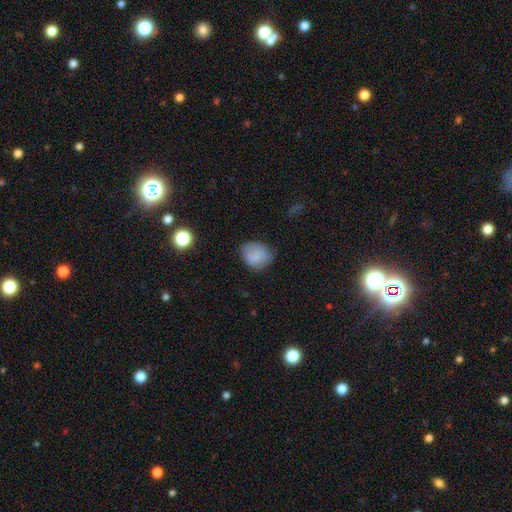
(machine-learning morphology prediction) smooth 81%, featured or disk 10%, star or artifact 9%. Down the decision tree: how rounded — round (51%); merging — none (69%).